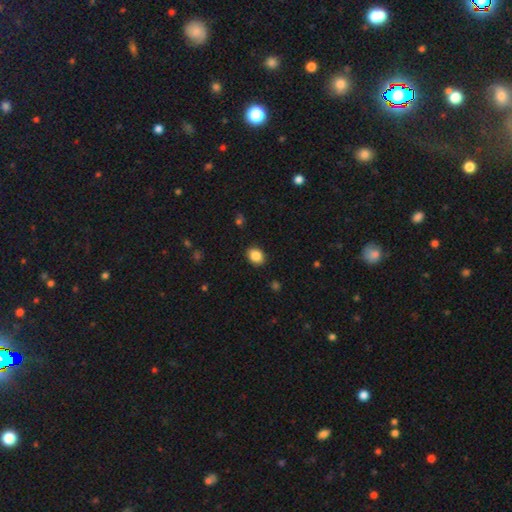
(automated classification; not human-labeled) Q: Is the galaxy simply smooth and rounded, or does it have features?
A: smooth — 87%.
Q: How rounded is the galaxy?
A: in between — 55%.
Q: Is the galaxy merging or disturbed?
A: none — 89%.